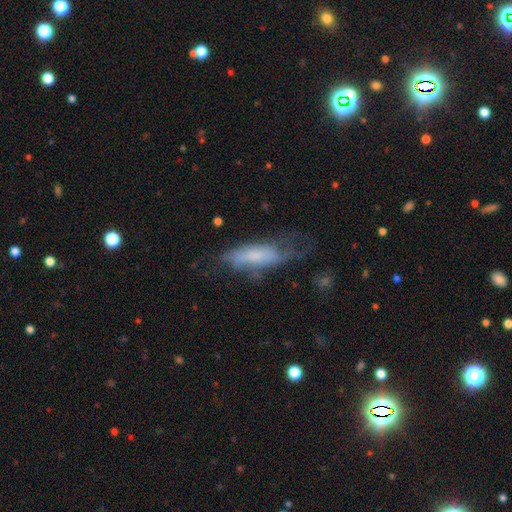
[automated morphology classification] smooth_or_featured: smooth (p=0.49) [alt: featured or disk p=0.42]
merging: none (p=0.43) [alt: minor disturbance p=0.29]